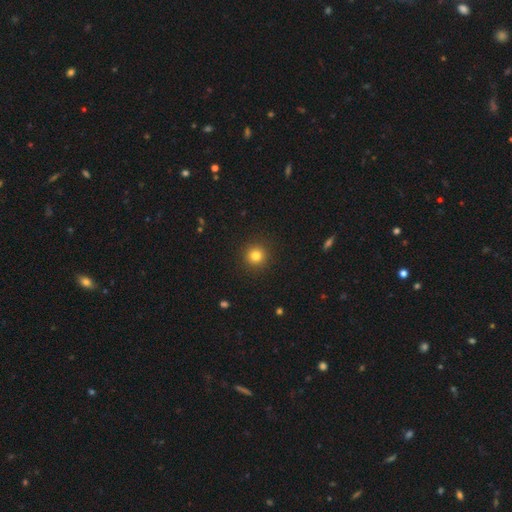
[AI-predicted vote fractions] A smooth galaxy with no disk features (81%) that is round (95%).

Vote fractions:
- Smooth or featured? smooth: 81% / star or artifact: 13% / featured or disk: 6%
- How rounded? round: 95% / in between: 4% / cigar-shaped: 1%
- Merging? none: 92% / minor disturbance: 5% / major disturbance: 2% / merger: 1%